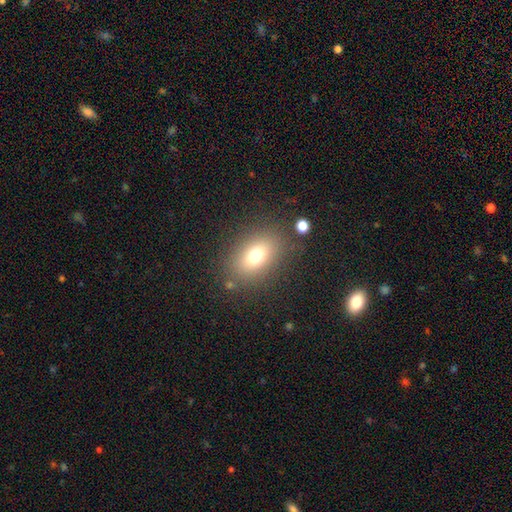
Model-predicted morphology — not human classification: smooth_or_featured: smooth (p=0.73) [alt: featured or disk p=0.14]
how_rounded: in between (p=0.76) [alt: round p=0.21]
merging: none (p=0.82) [alt: minor disturbance p=0.10]